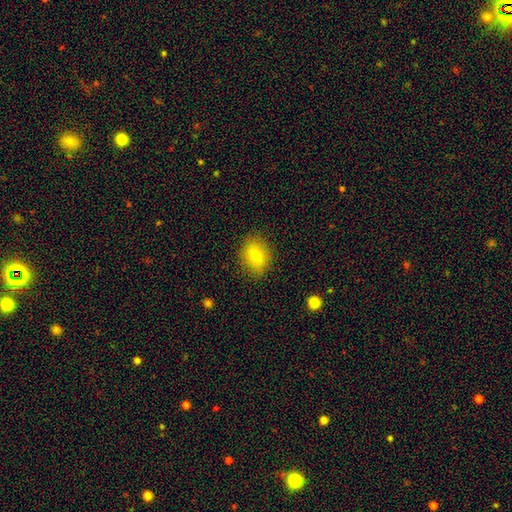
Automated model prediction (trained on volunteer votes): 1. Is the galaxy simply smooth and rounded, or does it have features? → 76% smooth, 14% featured or disk, 10% star or artifact.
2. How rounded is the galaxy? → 51% round, 48% in between, 1% cigar-shaped.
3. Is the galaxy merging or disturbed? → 85% none, 11% minor disturbance, 3% major disturbance, 1% merger.